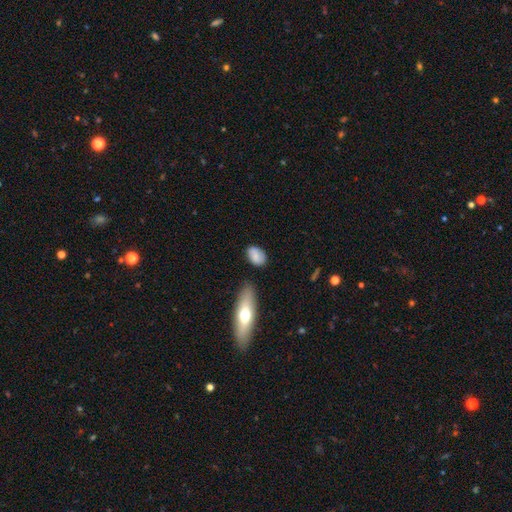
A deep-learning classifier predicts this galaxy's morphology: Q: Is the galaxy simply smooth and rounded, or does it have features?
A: smooth — 76%.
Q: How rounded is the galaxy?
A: in between — 82%.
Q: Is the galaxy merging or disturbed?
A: none — 72%.